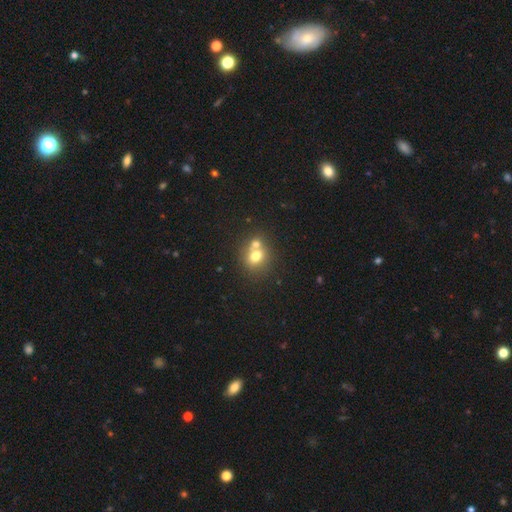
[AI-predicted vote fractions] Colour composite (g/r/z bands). It shows a smooth galaxy with no disk features (71%) that is round (70%). Merging: merger (45%).